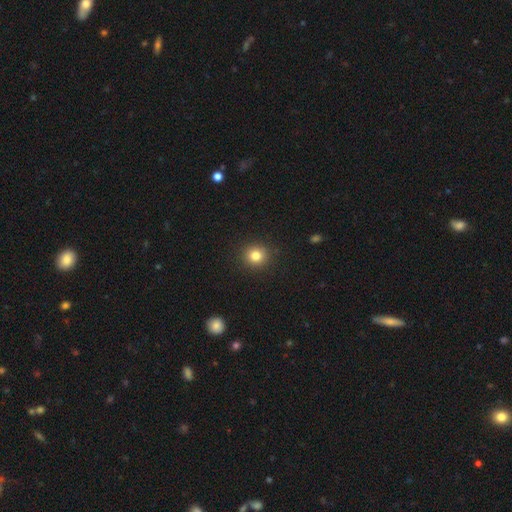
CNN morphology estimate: The model was most divided on "smooth or featured": smooth: 82%, star or artifact: 12%, featured or disk: 6%. More confident: merging — none (91%); how rounded — round (88%).